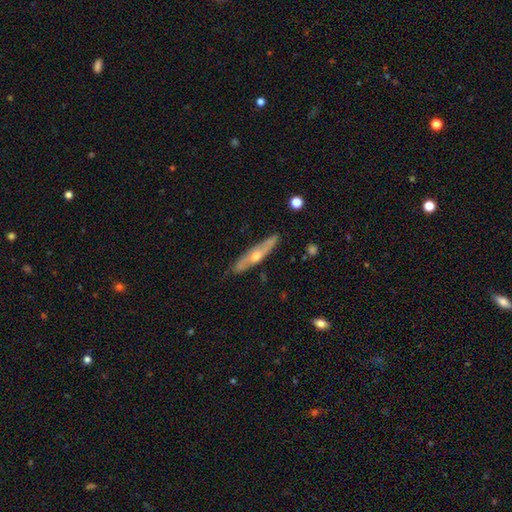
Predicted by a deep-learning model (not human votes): featured or disk 64%, smooth 30%, star or artifact 6%. Down the decision tree: edge-on disk — yes (75%); merging — none (84%).